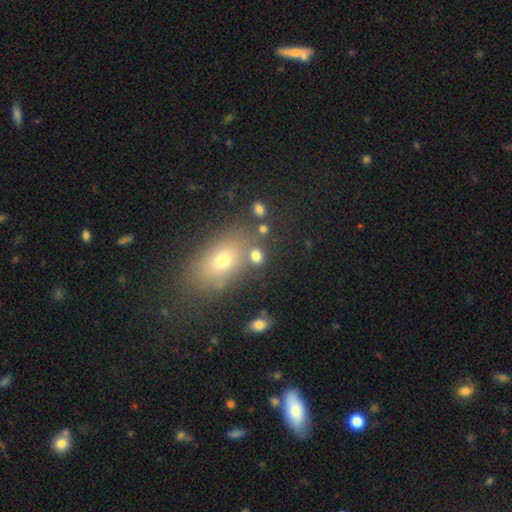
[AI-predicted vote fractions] A smooth galaxy with no disk features (75%) that is round (52%). Merging: none (64%).